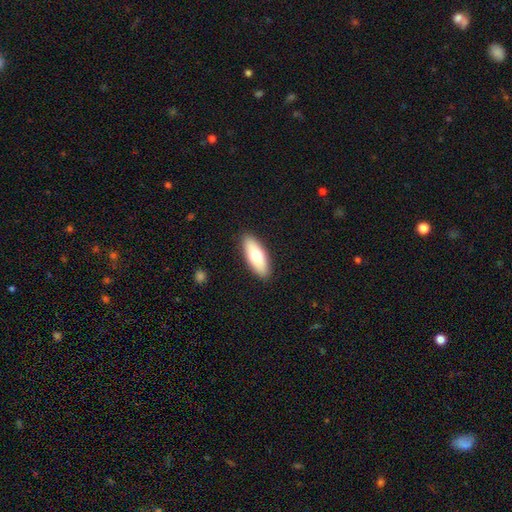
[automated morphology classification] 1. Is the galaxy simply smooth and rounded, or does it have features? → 71% smooth, 24% featured or disk, 6% star or artifact.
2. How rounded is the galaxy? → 70% in between, 28% cigar-shaped, 2% round.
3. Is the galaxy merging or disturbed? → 90% none, 8% minor disturbance, 2% major disturbance, 1% merger.